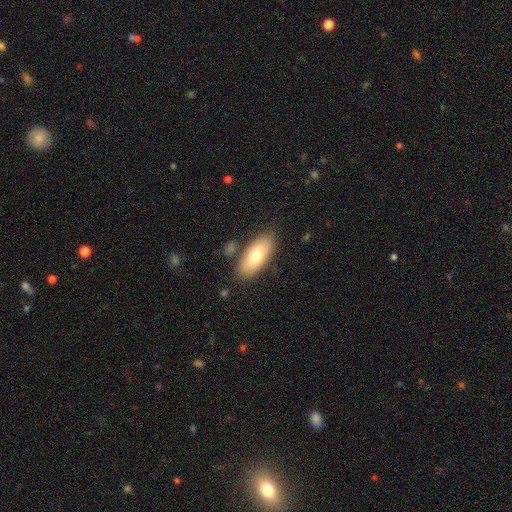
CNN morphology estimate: This appears to be a smooth galaxy with no disk features (71%) that is in between round and cigar-shaped (86%). Merging: none (81%).